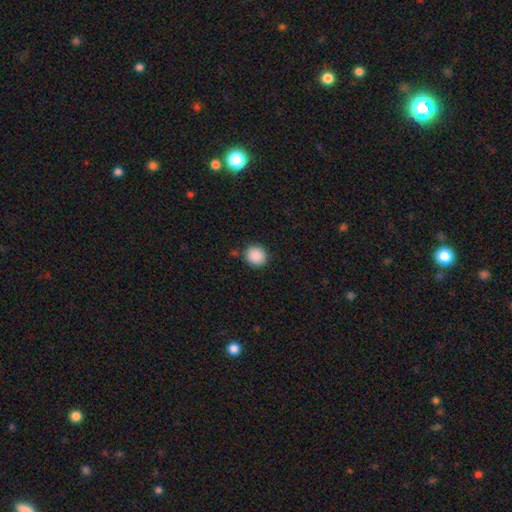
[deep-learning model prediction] Overall: smooth (89%). How rounded: round (87%). Merging: none (88%).